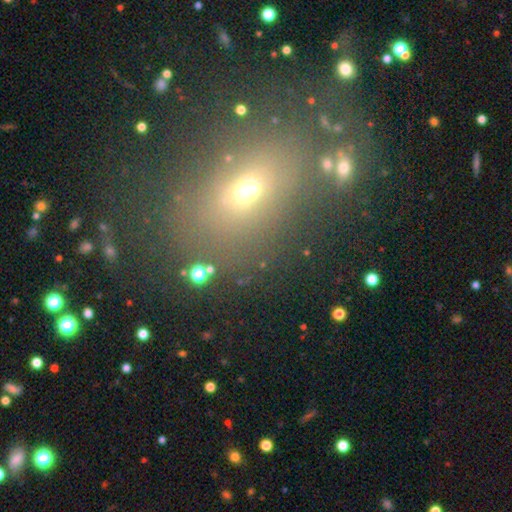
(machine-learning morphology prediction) Overall: smooth (52%; star or artifact 34%). How rounded: in between (62%; round 35%). Merging: none (75%).